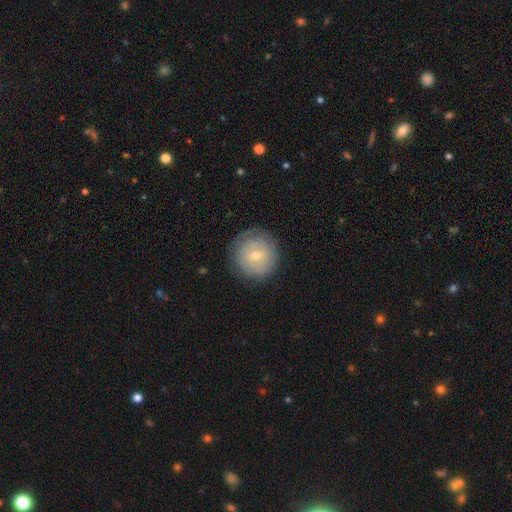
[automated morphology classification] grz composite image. It shows a smooth galaxy with no disk features (54%) that is round (94%). Merging: none (83%).